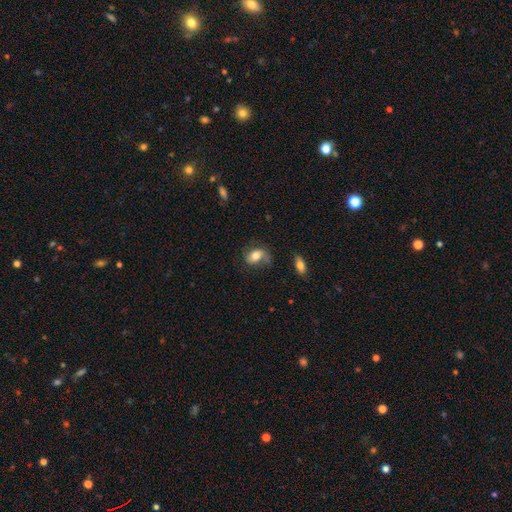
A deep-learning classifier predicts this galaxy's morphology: A smooth galaxy with no disk features (67%) that is in between round and cigar-shaped (79%).

Vote fractions:
- Smooth or featured? smooth: 67% / featured or disk: 25% / star or artifact: 8%
- How rounded? in between: 79% / round: 19% / cigar-shaped: 2%
- Merging? none: 55% / minor disturbance: 27% / major disturbance: 15% / merger: 3%